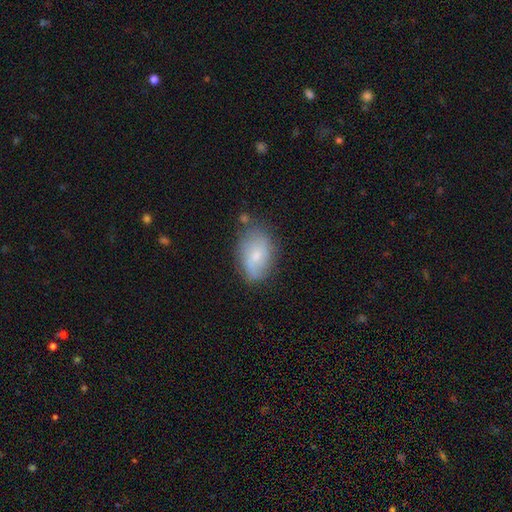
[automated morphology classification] Overall: smooth (53%; featured or disk 38%). How rounded: in between (88%). Merging: none (67%).